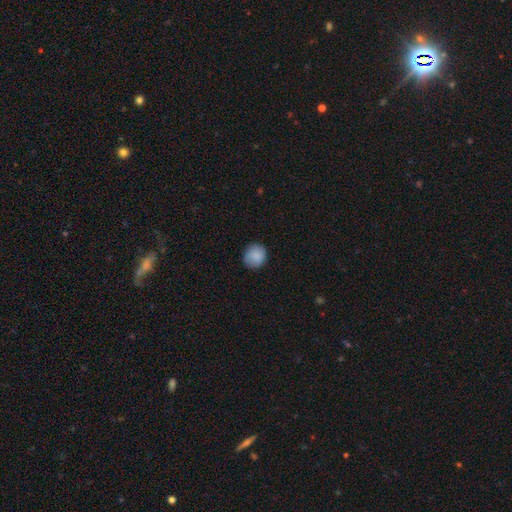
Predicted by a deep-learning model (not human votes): Smooth or featured?
  - smooth: 87% *
  - star or artifact: 7%
  - featured or disk: 5%
How rounded?
  - round: 80% *
  - in between: 19%
  - cigar-shaped: 1%
Merging?
  - none: 83% *
  - minor disturbance: 13%
  - major disturbance: 3%
  - merger: 1%